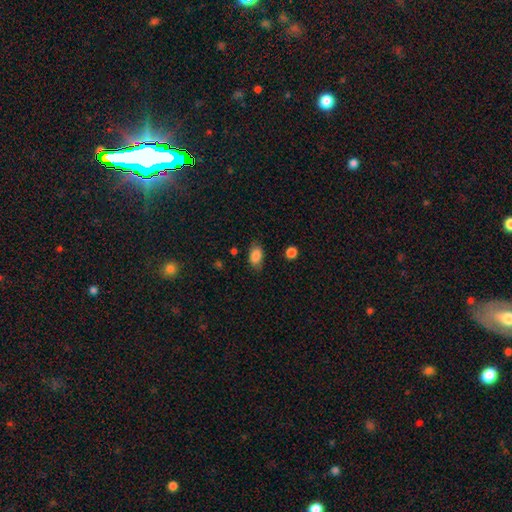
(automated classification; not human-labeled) Smooth or featured?
  - smooth: 86% *
  - star or artifact: 8%
  - featured or disk: 6%
How rounded?
  - in between: 88% *
  - round: 9%
  - cigar-shaped: 2%
Merging?
  - none: 77% *
  - minor disturbance: 17%
  - major disturbance: 5%
  - merger: 2%